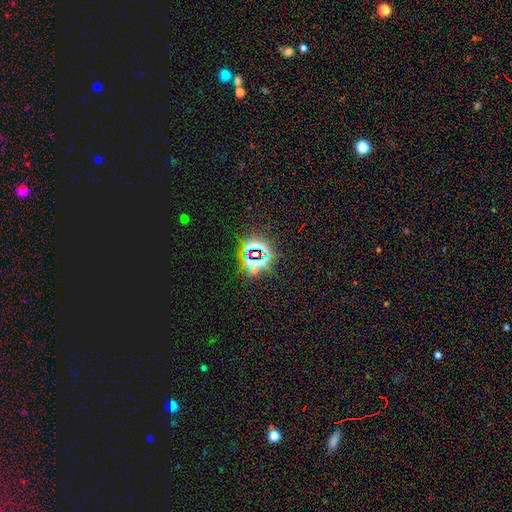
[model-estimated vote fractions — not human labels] smooth_or_featured: star or artifact (p=0.78) [alt: smooth p=0.14]